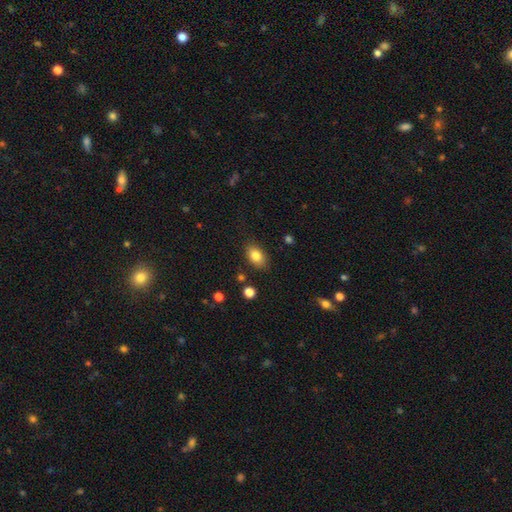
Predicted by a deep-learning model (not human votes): smooth-or-featured: smooth: 83% | featured or disk: 9% | star or artifact: 9%
  how-rounded: in between: 86% | round: 12% | cigar-shaped: 2%
  merging: none: 84% | minor disturbance: 12% | major disturbance: 3% | merger: 2%